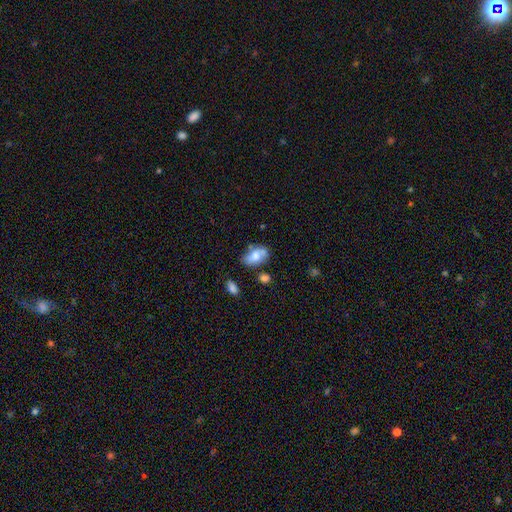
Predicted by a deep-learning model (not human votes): Morphology: type=smooth (59%); roundness=in between (87%); merging=none (55%).